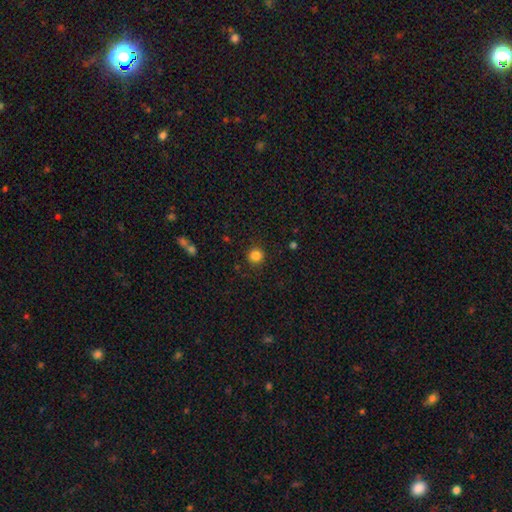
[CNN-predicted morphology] This appears to be a smooth galaxy with no disk features (84%) that is round (89%). Merging: none (89%).